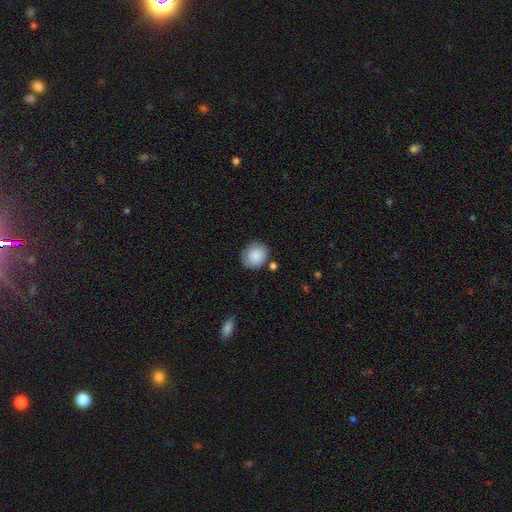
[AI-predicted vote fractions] Overall: smooth (85%). How rounded: round (75%). Merging: none (74%).